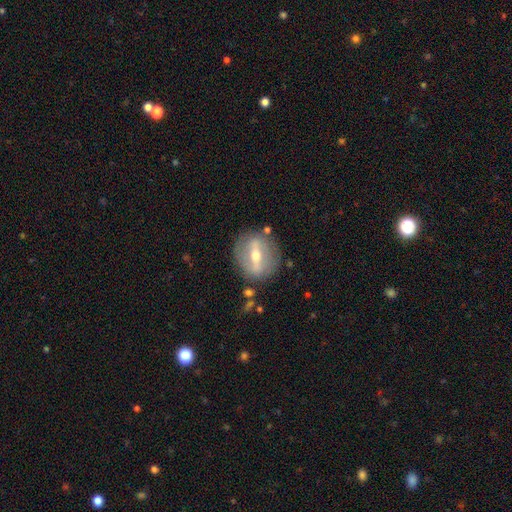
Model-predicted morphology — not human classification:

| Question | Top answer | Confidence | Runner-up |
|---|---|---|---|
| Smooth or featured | featured or disk | 71% | smooth (23%) |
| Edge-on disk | no | 75% | yes (25%) |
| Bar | strong | 70% | weak (21%) |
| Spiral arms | no | 72% | yes (28%) |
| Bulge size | moderate | 67% | small (27%) |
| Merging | none | 81% | minor disturbance (12%) |